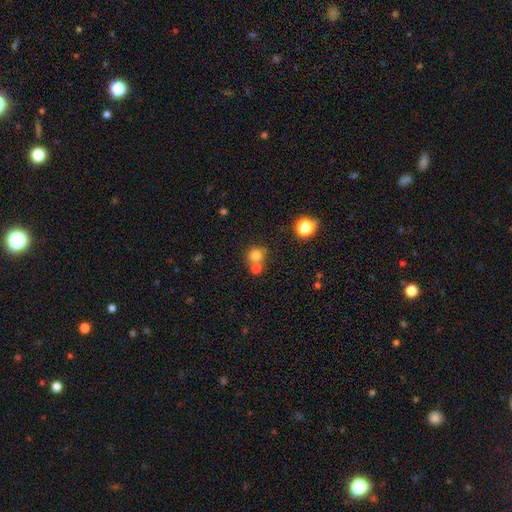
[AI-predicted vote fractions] This is likely a smooth galaxy (76%). How rounded: clearly round (87%). Merging: possibly none (51%).